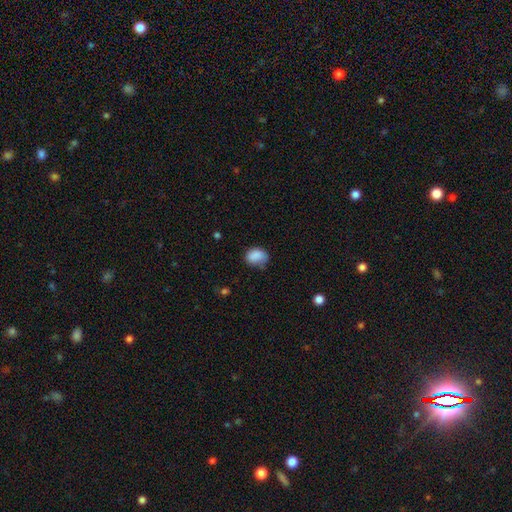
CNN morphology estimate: A smooth galaxy with no disk features (86%) that is in between round and cigar-shaped (64%).

Vote fractions:
- Smooth or featured? smooth: 86% / star or artifact: 9% / featured or disk: 6%
- How rounded? in between: 64% / round: 35% / cigar-shaped: 1%
- Merging? none: 57% / minor disturbance: 31% / major disturbance: 9% / merger: 3%